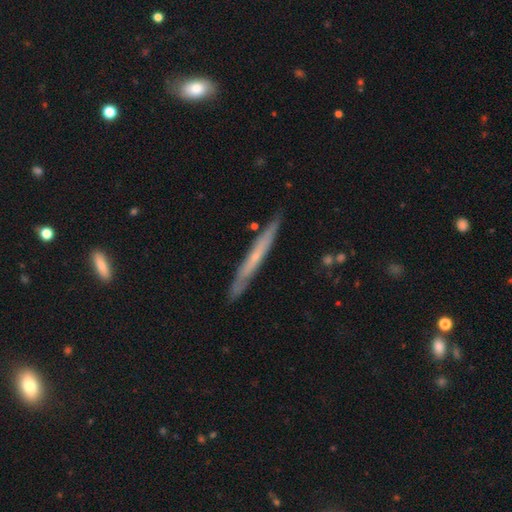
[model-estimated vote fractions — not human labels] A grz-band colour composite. It shows a featured or disk galaxy (58%) viewed edge-on (92%) with no central bulge (72%). Merging: none (86%).